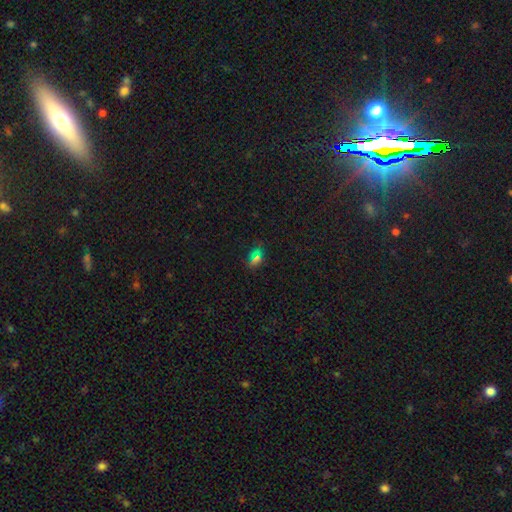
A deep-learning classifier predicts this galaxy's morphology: A smooth galaxy with no disk features (51%) that is in between round and cigar-shaped (72%). Merging: none (75%).